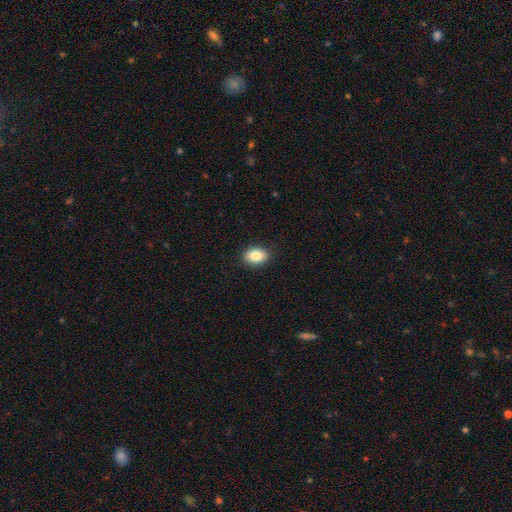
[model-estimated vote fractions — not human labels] Smooth or featured?
  - smooth: 84% *
  - star or artifact: 8%
  - featured or disk: 8%
How rounded?
  - in between: 78% *
  - round: 20%
  - cigar-shaped: 1%
Merging?
  - none: 89% *
  - minor disturbance: 8%
  - major disturbance: 2%
  - merger: 1%